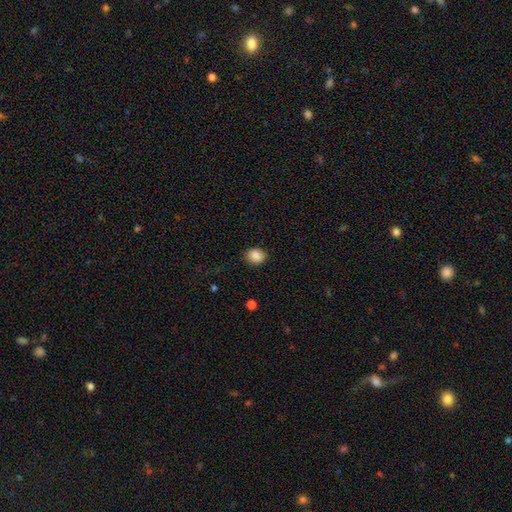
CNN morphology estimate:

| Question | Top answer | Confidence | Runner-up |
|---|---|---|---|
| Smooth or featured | smooth | 87% | star or artifact (9%) |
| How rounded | round | 63% | in between (36%) |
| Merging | none | 86% | minor disturbance (10%) |